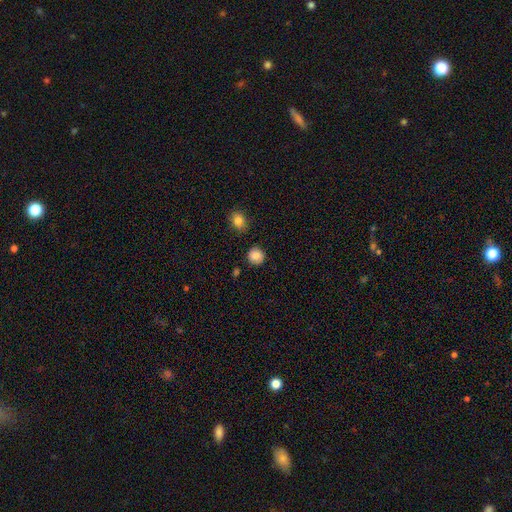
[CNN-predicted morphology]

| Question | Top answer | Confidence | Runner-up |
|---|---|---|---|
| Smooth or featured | smooth | 87% | star or artifact (9%) |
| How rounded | round | 88% | in between (11%) |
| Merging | none | 86% | minor disturbance (9%) |